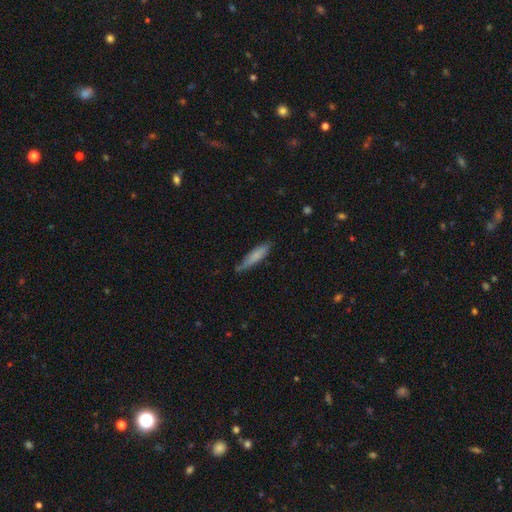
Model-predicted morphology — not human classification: Smooth or featured? Predicted: smooth (p=0.75). How rounded? Predicted: cigar-shaped (p=0.82). Merging? Predicted: none (p=0.70).